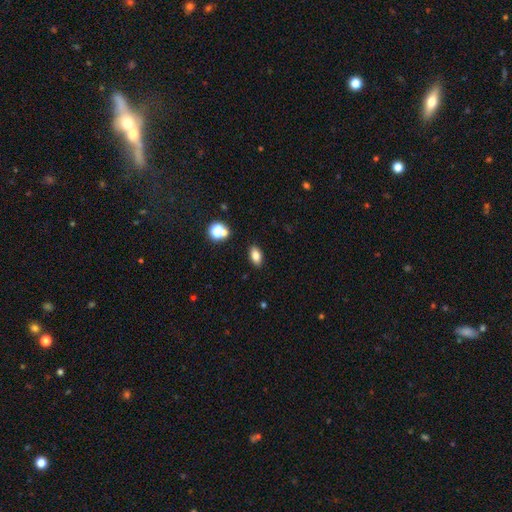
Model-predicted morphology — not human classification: A smooth galaxy with no disk features (79%) that is in between round and cigar-shaped (86%).

Vote fractions:
- Smooth or featured? smooth: 79% / star or artifact: 11% / featured or disk: 10%
- How rounded? in between: 86% / round: 8% / cigar-shaped: 6%
- Merging? none: 87% / minor disturbance: 8% / merger: 2% / major disturbance: 2%